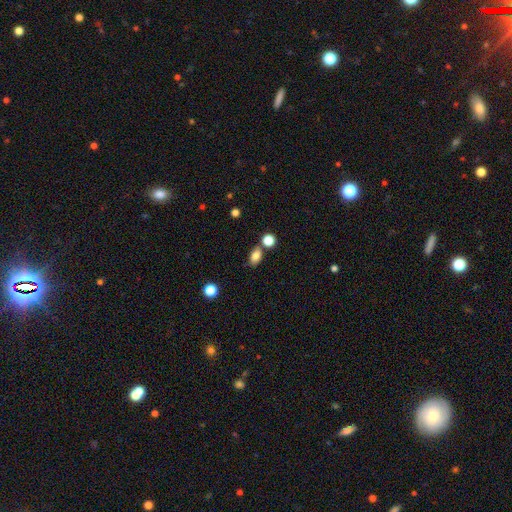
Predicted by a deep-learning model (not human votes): This appears to be a smooth galaxy with no disk features (82%) that is in between round and cigar-shaped (81%). Merging: none (71%).